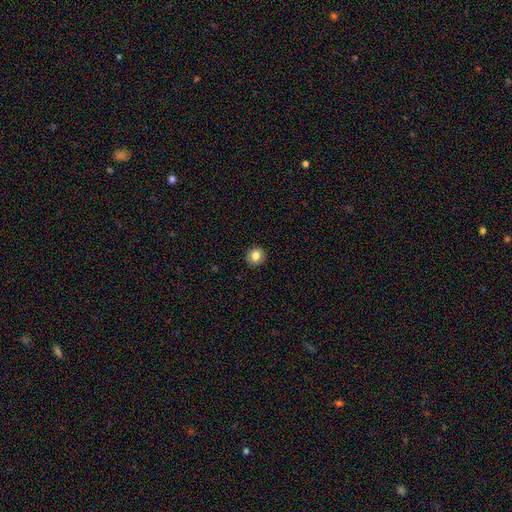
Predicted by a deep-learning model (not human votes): The model was most divided on "smooth or featured": smooth: 83%, star or artifact: 10%, featured or disk: 8%. More confident: merging — none (91%); how rounded — round (87%).